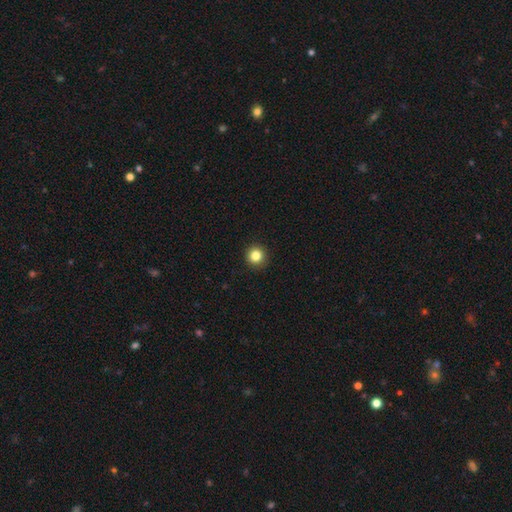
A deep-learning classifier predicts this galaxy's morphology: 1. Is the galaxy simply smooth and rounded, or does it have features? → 84% smooth, 11% star or artifact, 5% featured or disk.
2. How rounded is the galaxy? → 95% round, 4% in between, 1% cigar-shaped.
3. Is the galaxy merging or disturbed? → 93% none, 4% minor disturbance, 1% major disturbance, 1% merger.